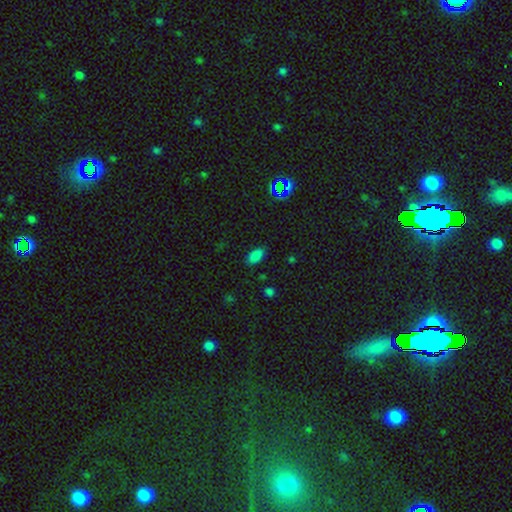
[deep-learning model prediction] Morphology: type=smooth (81%); roundness=in between (92%); merging=none (83%).